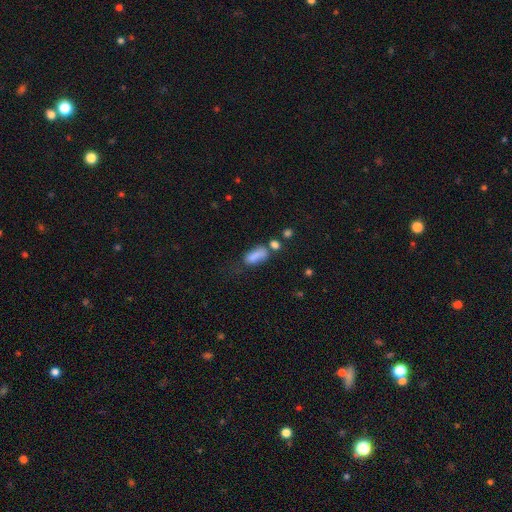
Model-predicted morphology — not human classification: type=smooth (79%); roundness=in between (81%); merging=none (35%).